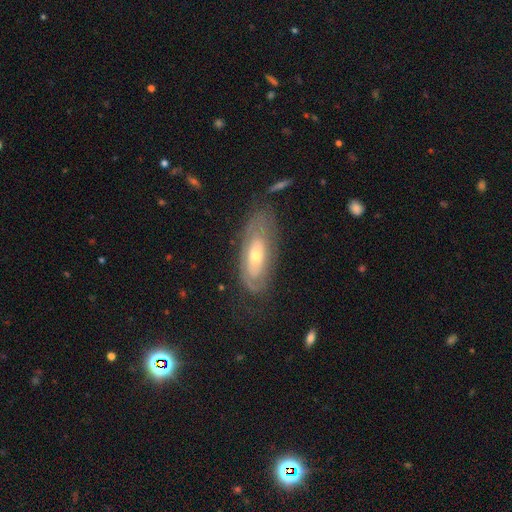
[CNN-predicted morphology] Smooth or featured: featured or disk — 66% (smooth — 28%)
Edge-on disk: no — 85% (yes — 15%)
Bar: no — 76% (weak — 19%)
Spiral arms: yes — 63% (no — 37%)
Bulge size: moderate — 57% (small — 35%)
Merging: none — 63% (minor disturbance — 21%)